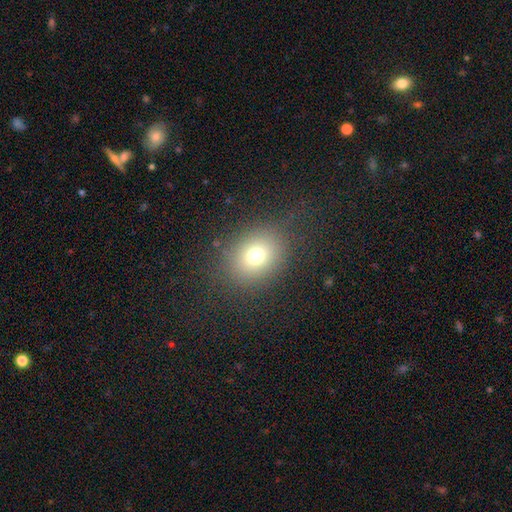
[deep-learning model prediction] Overall: smooth (72%). How rounded: round (57%; in between 42%). Merging: none (81%).